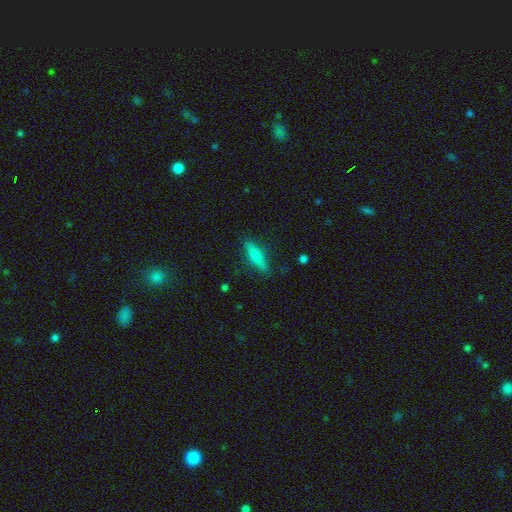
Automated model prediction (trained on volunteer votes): Smooth or featured? Predicted: smooth (p=0.71). How rounded? Predicted: cigar-shaped (p=0.73). Merging? Predicted: none (p=0.83).